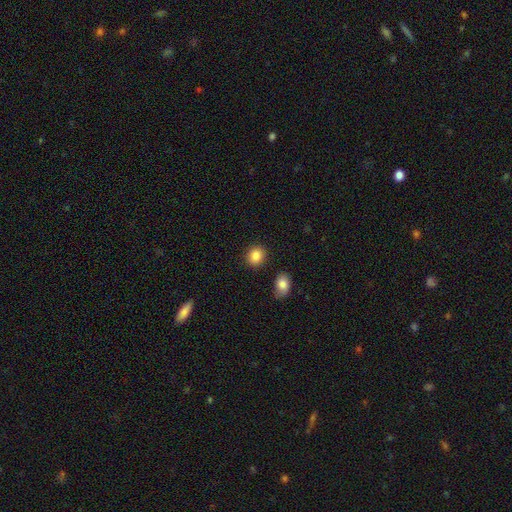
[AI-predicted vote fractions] The model was most divided on "how rounded": round: 70%, in between: 29%, cigar-shaped: 1%. More confident: smooth or featured — smooth (87%); merging — none (87%).